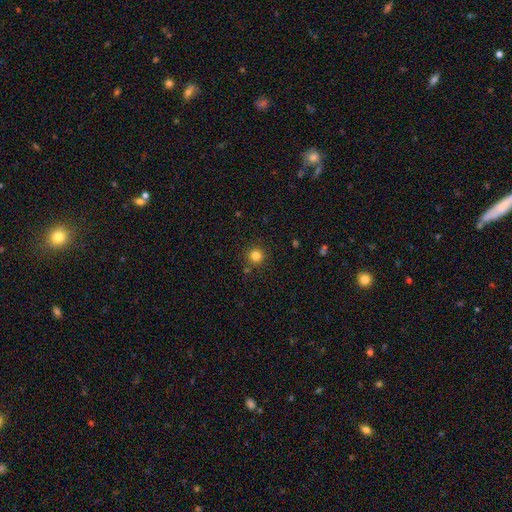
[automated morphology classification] Overall: smooth (81%). How rounded: round (95%). Merging: none (88%).